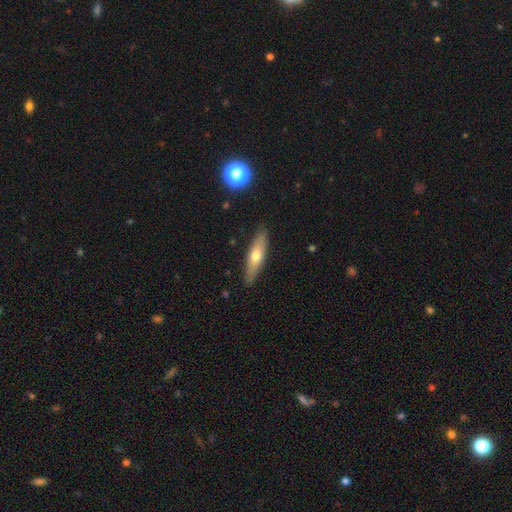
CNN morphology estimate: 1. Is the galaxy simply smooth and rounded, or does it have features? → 56% smooth, 38% featured or disk, 6% star or artifact.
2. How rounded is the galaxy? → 66% cigar-shaped, 32% in between, 2% round.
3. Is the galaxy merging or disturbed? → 88% none, 9% minor disturbance, 2% major disturbance, 1% merger.